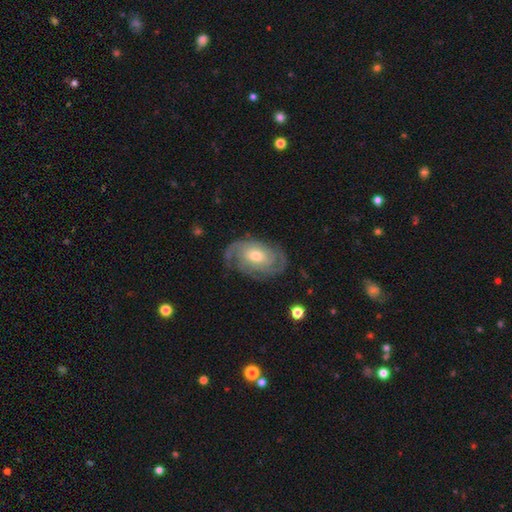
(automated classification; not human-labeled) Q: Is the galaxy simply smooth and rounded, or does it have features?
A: featured or disk — 86%.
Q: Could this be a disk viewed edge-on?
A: no — 96%.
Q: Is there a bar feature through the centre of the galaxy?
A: no — 68%.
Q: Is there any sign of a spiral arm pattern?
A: yes — 96%.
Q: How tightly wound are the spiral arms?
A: tight — 64%.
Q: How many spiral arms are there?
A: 2 — 46%.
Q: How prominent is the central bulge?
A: moderate — 60%.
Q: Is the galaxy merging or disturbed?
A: none — 77%.